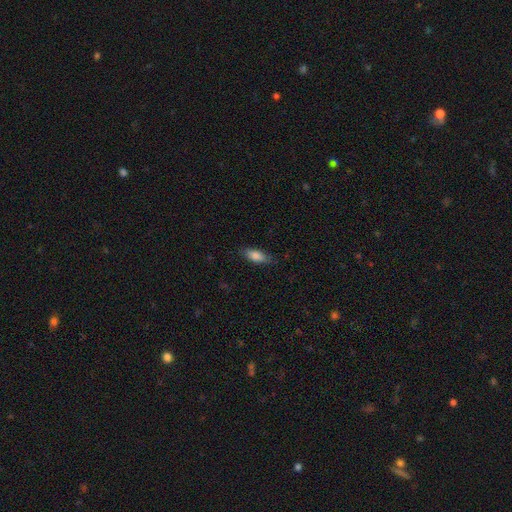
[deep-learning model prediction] Smooth or featured? smooth (84%)
How rounded? in between (78%)
Merging? none (77%)